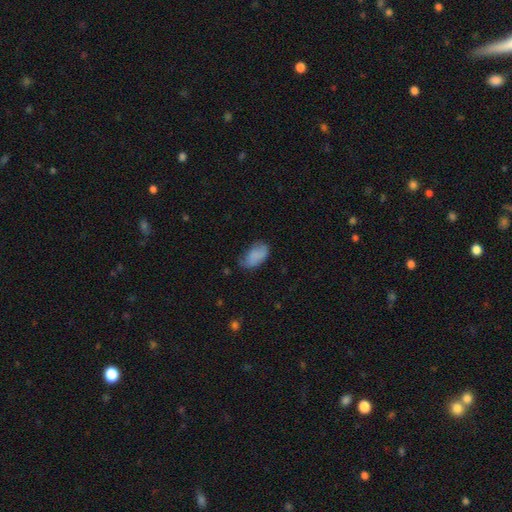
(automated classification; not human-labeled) A smooth galaxy with no disk features (80%) that is in between round and cigar-shaped (93%).

Vote fractions:
- Smooth or featured? smooth: 80% / featured or disk: 12% / star or artifact: 8%
- How rounded? in between: 93% / round: 5% / cigar-shaped: 2%
- Merging? none: 50% / minor disturbance: 36% / major disturbance: 12% / merger: 2%